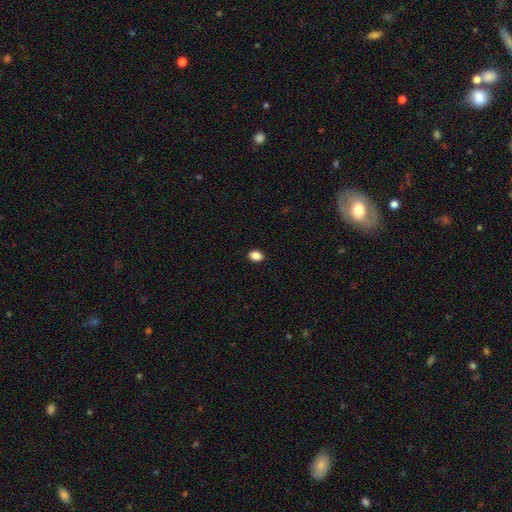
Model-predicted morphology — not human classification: type=smooth (88%); roundness=in between (73%); merging=none (91%).